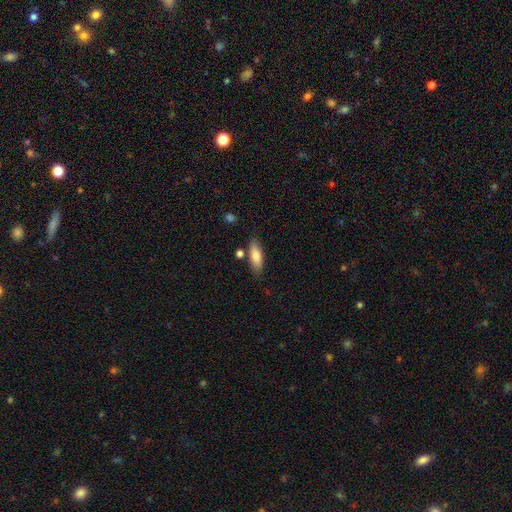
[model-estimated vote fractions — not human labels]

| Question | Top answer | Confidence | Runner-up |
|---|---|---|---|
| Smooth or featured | smooth | 80% | featured or disk (13%) |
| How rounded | in between | 61% | cigar-shaped (37%) |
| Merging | none | 78% | minor disturbance (13%) |